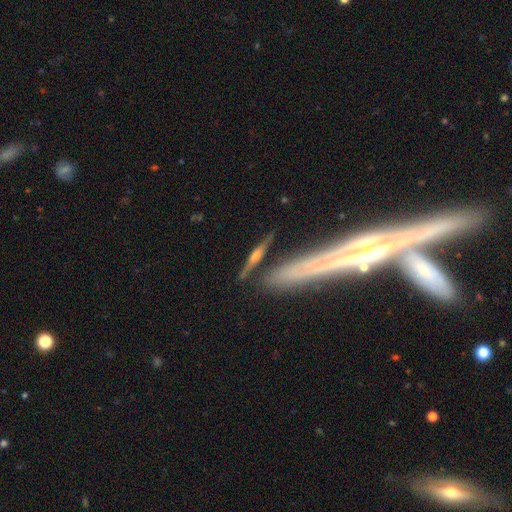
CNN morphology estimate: Smooth or featured? featured or disk (60%)
Edge-on disk? yes (91%)
Edge-on bulge? rounded (64%)
Merging? none (77%)